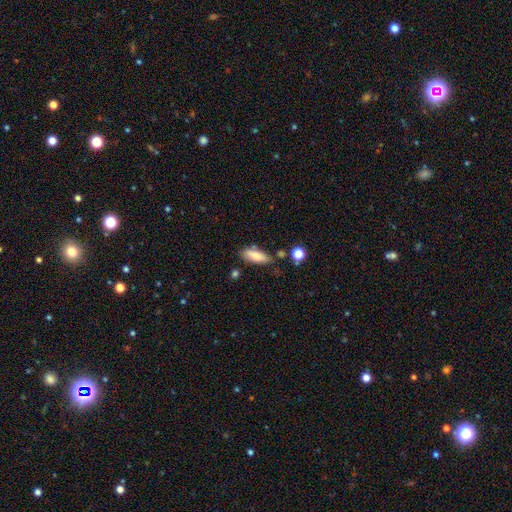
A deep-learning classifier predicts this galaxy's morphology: Overall: smooth (80%). How rounded: in between (66%; cigar-shaped 32%). Merging: none (67%).